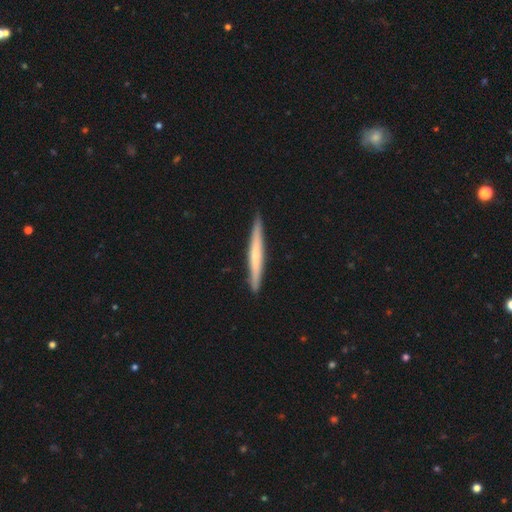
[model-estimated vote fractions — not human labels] Smooth or featured? Predicted: featured or disk (p=0.49). Merging? Predicted: none (p=0.91).